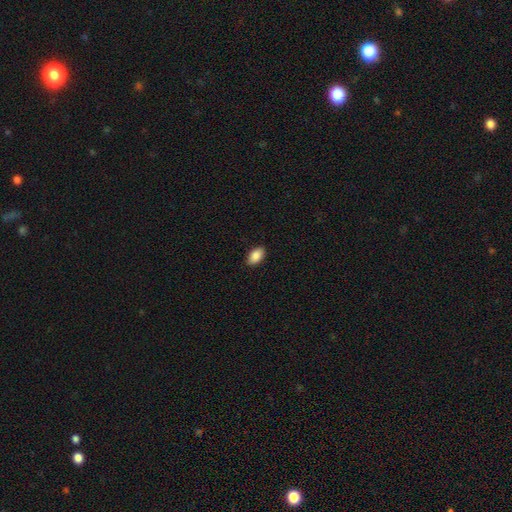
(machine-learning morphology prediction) Smooth or featured?
  - smooth: 89% *
  - star or artifact: 7%
  - featured or disk: 4%
How rounded?
  - in between: 93% *
  - round: 4%
  - cigar-shaped: 2%
Merging?
  - none: 88% *
  - minor disturbance: 9%
  - major disturbance: 2%
  - merger: 1%